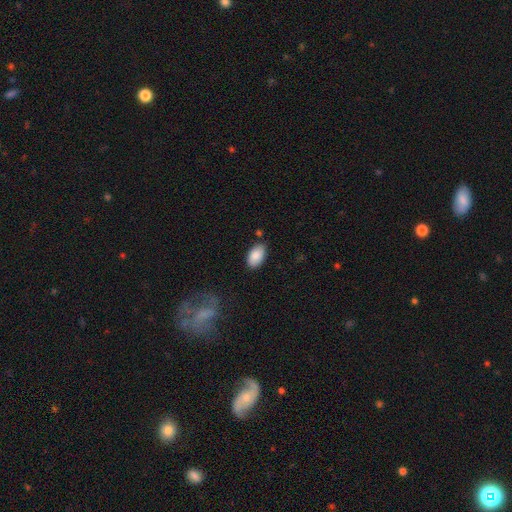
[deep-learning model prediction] smooth-or-featured: smooth: 88% | star or artifact: 7% | featured or disk: 6%
  how-rounded: in between: 94% | round: 4% | cigar-shaped: 2%
  merging: none: 80% | minor disturbance: 14% | major disturbance: 3% | merger: 3%